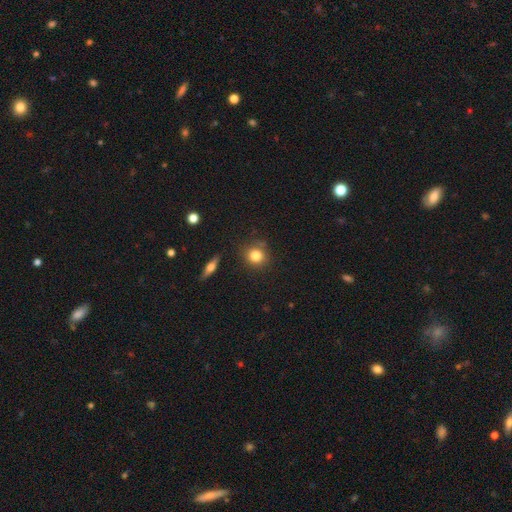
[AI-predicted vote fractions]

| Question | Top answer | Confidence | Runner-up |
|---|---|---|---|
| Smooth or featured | smooth | 82% | star or artifact (10%) |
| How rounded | round | 85% | in between (13%) |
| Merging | none | 82% | minor disturbance (12%) |